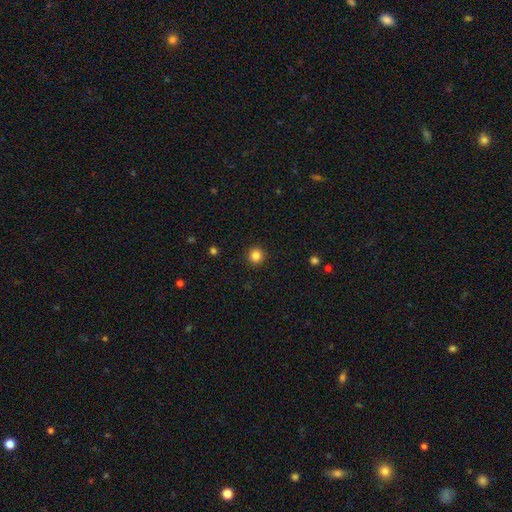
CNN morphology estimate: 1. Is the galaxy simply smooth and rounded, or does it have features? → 84% smooth, 11% star or artifact, 4% featured or disk.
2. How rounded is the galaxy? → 95% round, 4% in between, 1% cigar-shaped.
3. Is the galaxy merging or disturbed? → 93% none, 5% minor disturbance, 2% major disturbance, 1% merger.